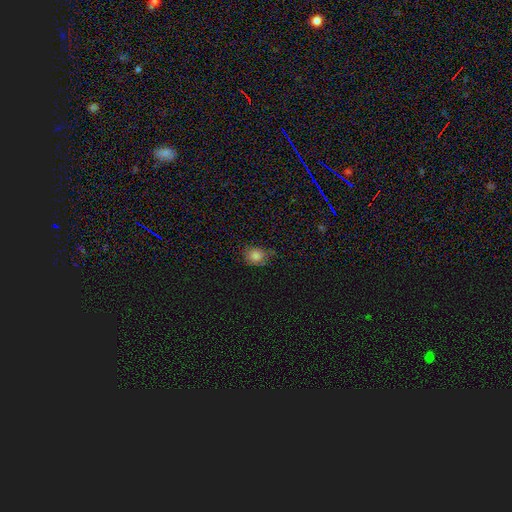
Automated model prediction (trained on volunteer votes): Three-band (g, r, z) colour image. It shows a smooth galaxy with no disk features (80%) that is round (68%). Merging: none (67%).